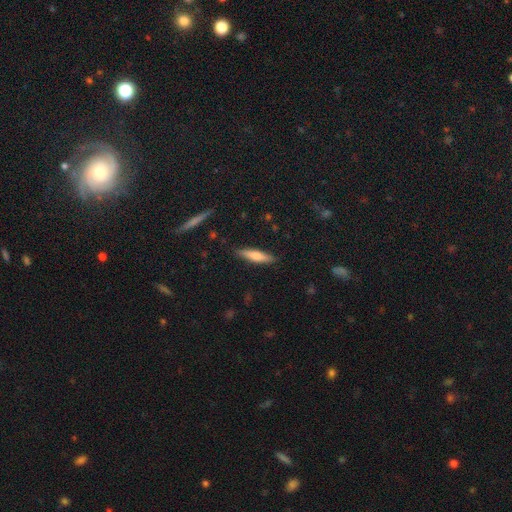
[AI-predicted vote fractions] smooth 65%, featured or disk 29%, star or artifact 6%. Down the decision tree: how rounded — cigar-shaped (80%); merging — none (88%).